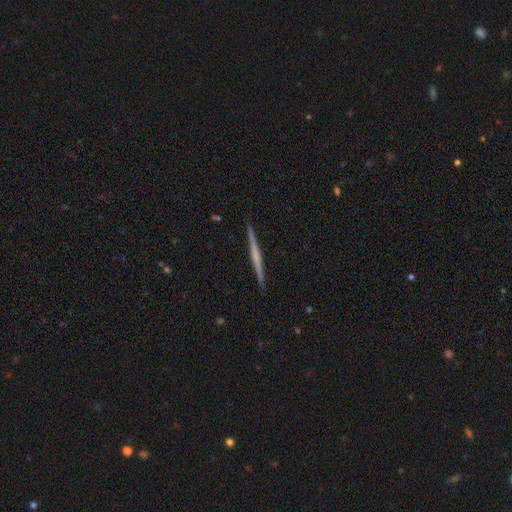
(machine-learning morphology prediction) Overall: featured or disk (64%; smooth 31%). Edge-on disk: yes (98%). Edge-on bulge: none (72%). Merging: none (93%).